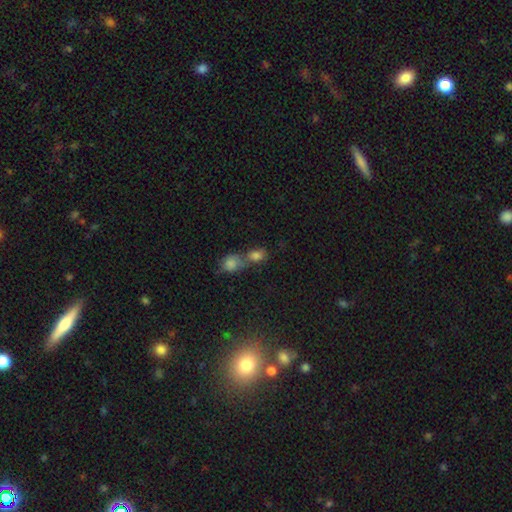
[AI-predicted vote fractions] Smooth or featured: smooth — 78% (star or artifact — 14%)
How rounded: in between — 53% (round — 44%)
Merging: merger — 60% (none — 30%)